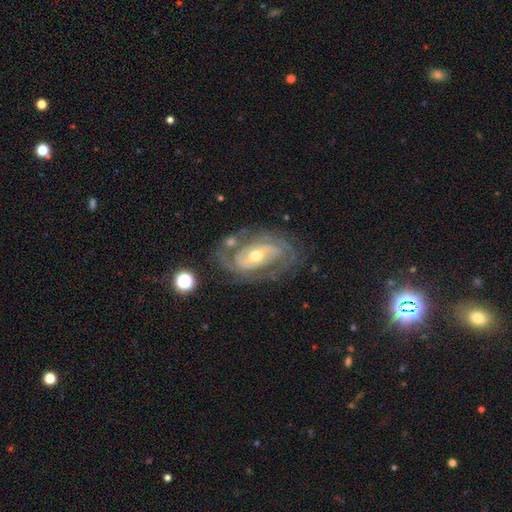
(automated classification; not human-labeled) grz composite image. It shows a featured or disk galaxy (88%) with no bar (36%), 2 (57%) tight (56%) spiral arms (94%) and a moderate central bulge (56%). Merging: none (70%).